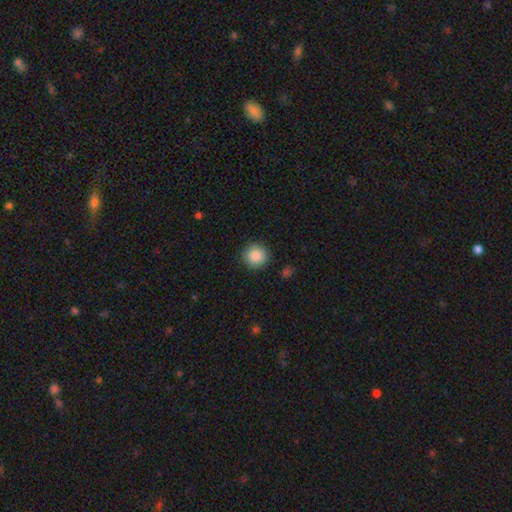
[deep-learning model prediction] smooth 88%, star or artifact 8%, featured or disk 4%. Down the decision tree: how rounded — round (92%); merging — none (90%).